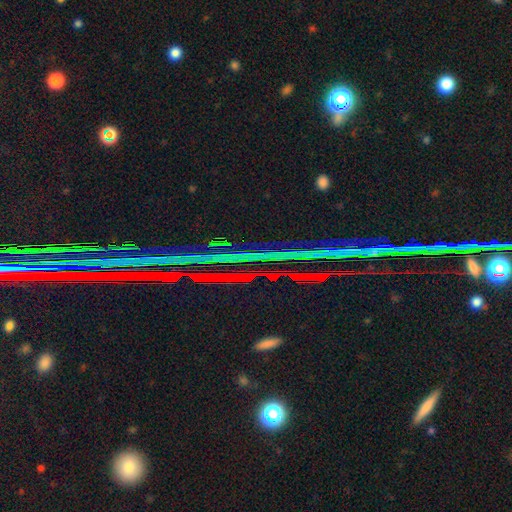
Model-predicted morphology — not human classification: Overall: star or artifact (83%).